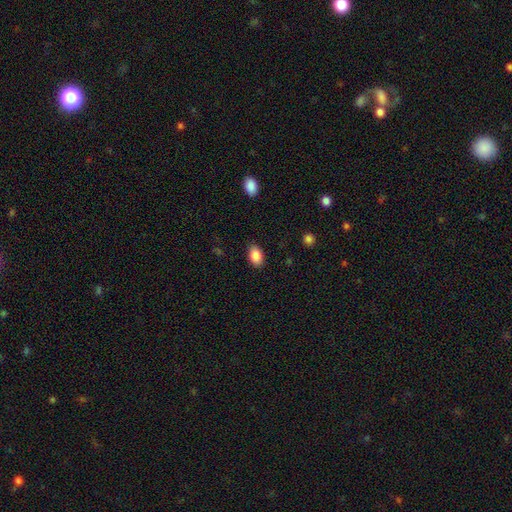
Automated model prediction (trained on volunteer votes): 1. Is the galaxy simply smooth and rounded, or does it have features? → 87% smooth, 8% star or artifact, 6% featured or disk.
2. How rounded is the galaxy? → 89% in between, 9% round, 1% cigar-shaped.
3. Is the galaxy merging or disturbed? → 87% none, 10% minor disturbance, 2% major disturbance, 1% merger.